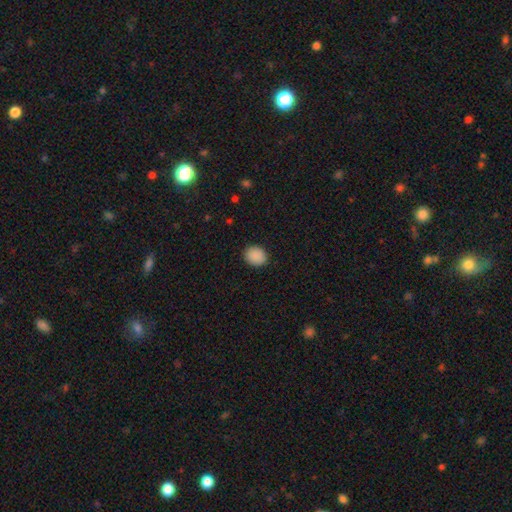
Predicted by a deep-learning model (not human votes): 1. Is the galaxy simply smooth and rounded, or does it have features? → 89% smooth, 8% star or artifact, 3% featured or disk.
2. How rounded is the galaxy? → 66% round, 33% in between, 1% cigar-shaped.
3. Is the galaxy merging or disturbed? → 89% none, 8% minor disturbance, 2% major disturbance, 1% merger.